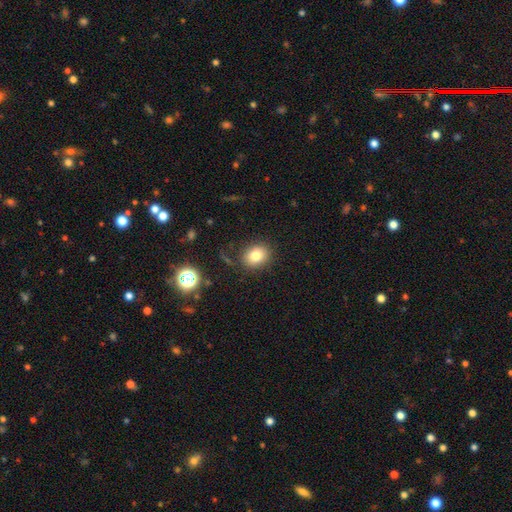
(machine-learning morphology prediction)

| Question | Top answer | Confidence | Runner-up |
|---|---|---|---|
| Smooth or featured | smooth | 80% | star or artifact (12%) |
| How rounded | round | 54% | in between (45%) |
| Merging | none | 84% | minor disturbance (10%) |